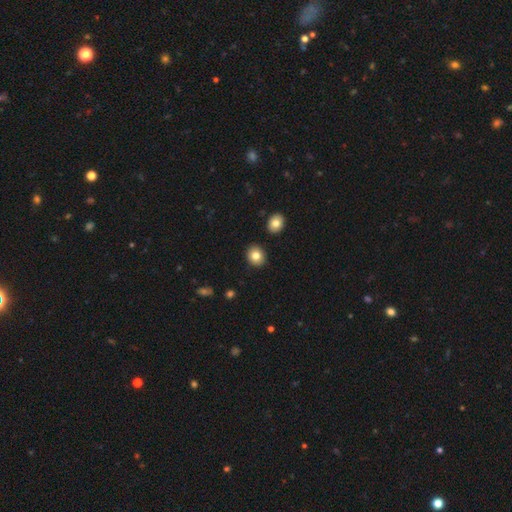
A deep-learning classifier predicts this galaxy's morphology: The model was most divided on "how rounded": round: 62%, in between: 37%, cigar-shaped: 1%. More confident: merging — none (89%); smooth or featured — smooth (82%).